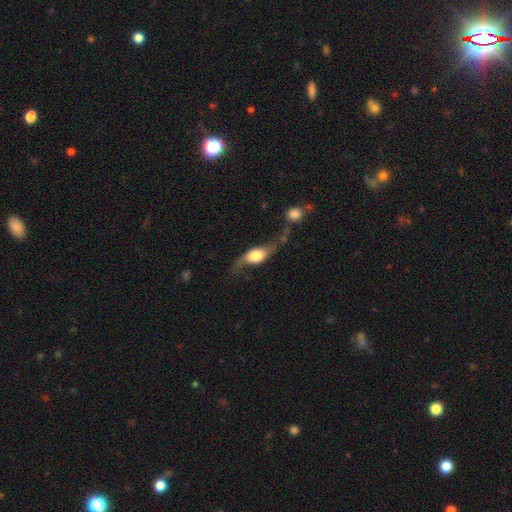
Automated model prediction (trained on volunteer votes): A featured or disk galaxy (58%). Merging: none (36%).